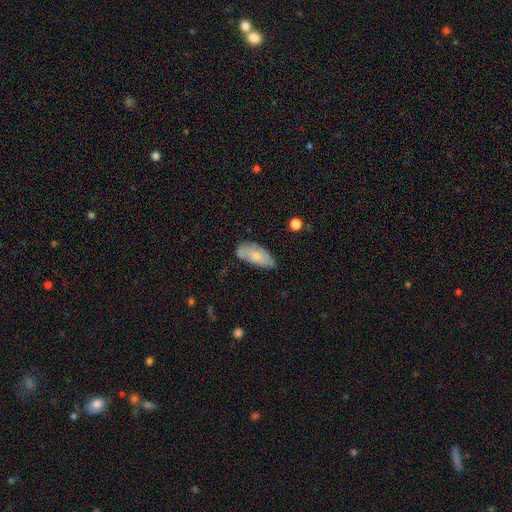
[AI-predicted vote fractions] The model was most divided on "merging": none: 53%, minor disturbance: 32%, major disturbance: 9%, merger: 7%. More confident: how rounded — in between (88%); smooth or featured — smooth (66%).